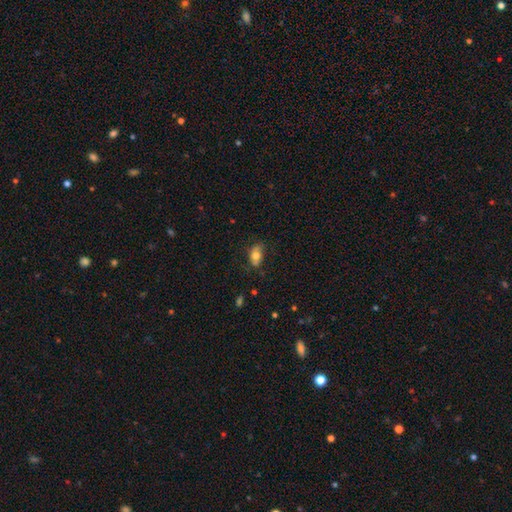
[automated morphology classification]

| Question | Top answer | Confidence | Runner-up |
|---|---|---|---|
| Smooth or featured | smooth | 71% | featured or disk (21%) |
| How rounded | in between | 87% | round (10%) |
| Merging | none | 68% | minor disturbance (23%) |